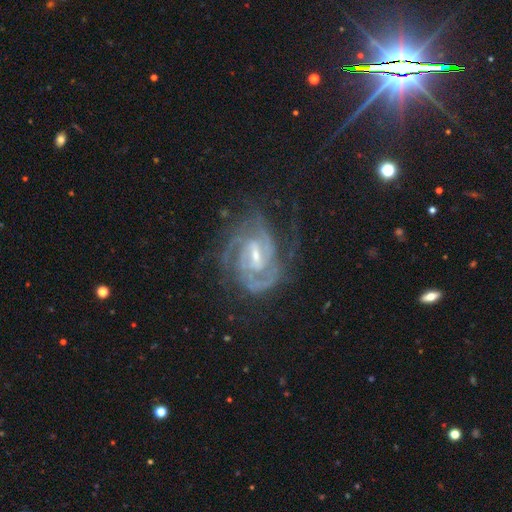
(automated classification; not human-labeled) Smooth or featured: featured or disk — 90% (star or artifact — 6%)
Edge-on disk: no — 97% (yes — 3%)
Bar: weak — 54% (strong — 31%)
Spiral arms: yes — 98% (no — 2%)
Spiral winding: tight — 61% (medium — 33%)
Spiral arm count: 2 — 36% (3 — 25%)
Bulge size: small — 55% (moderate — 39%)
Merging: none — 65% (minor disturbance — 20%)